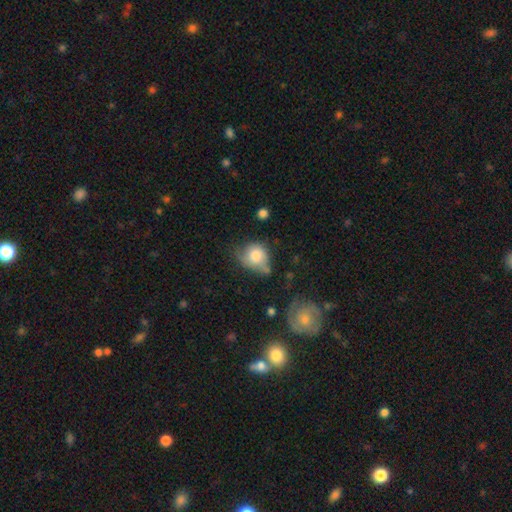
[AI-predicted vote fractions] Overall: smooth (73%). How rounded: round (54%; in between 45%). Merging: minor disturbance (38%; none 33%).